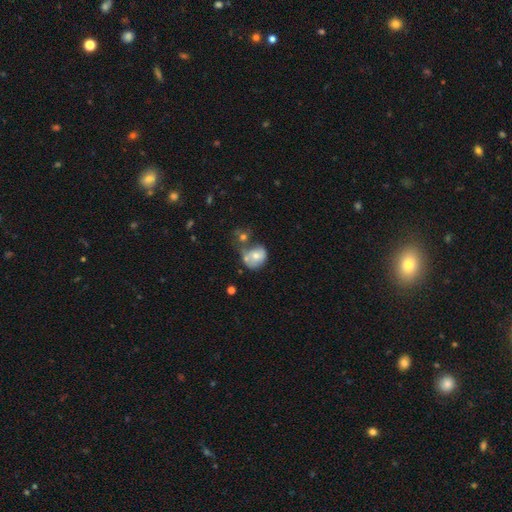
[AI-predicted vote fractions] Smooth or featured? smooth (62%)
How rounded? round (52%)
Merging? merger (42%)